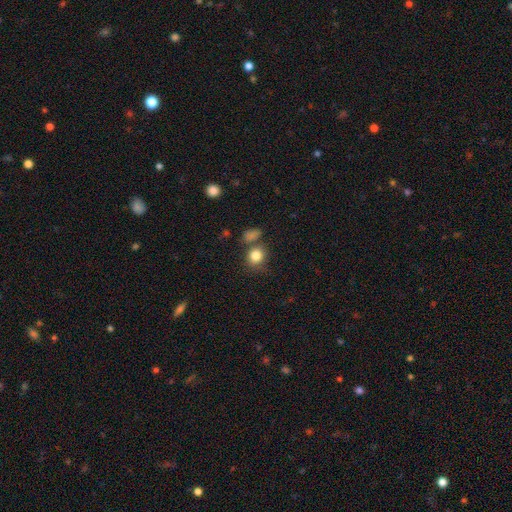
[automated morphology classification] Overall: smooth (83%). How rounded: round (73%). Merging: none (65%).